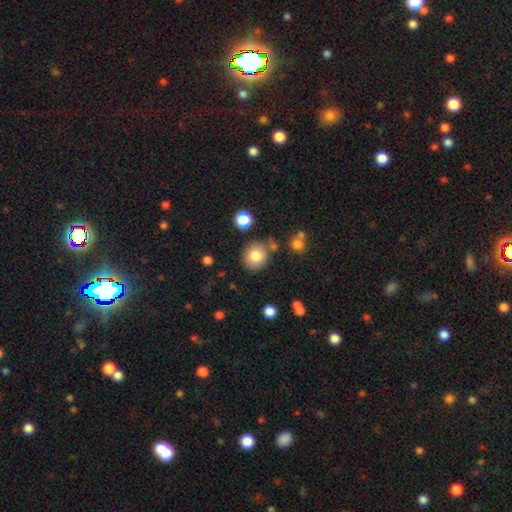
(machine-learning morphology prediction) Overall: smooth (80%). How rounded: round (80%). Merging: none (78%).